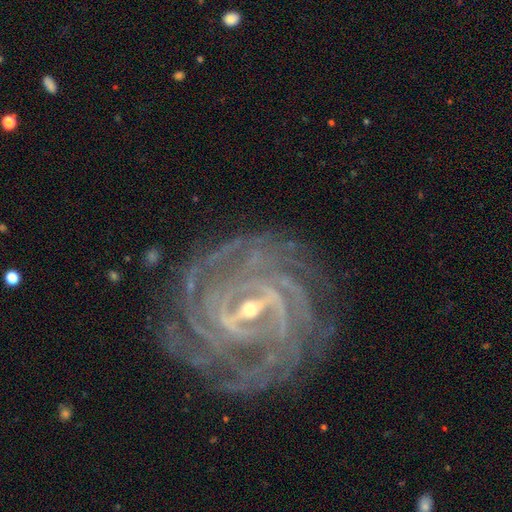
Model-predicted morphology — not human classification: smooth-or-featured: featured or disk: 92% | star or artifact: 5% | smooth: 3%
  disk-edge-on: no: 96% | yes: 4%
    bar: strong: 65% | weak: 27% | no: 8%
    has-spiral-arms: yes: 98% | no: 2%
      spiral-winding: tight: 80% | medium: 17% | loose: 3%
      spiral-arm-count: 4: 25% | more than 4: 24% | can't tell: 19% | 3: 13% | 2: 12% | 1: 8%
    bulge-size: small: 63% | moderate: 33% | large: 2% | none: 1% | dominant: 1%
  merging: none: 80% | minor disturbance: 13% | major disturbance: 6% | merger: 2%